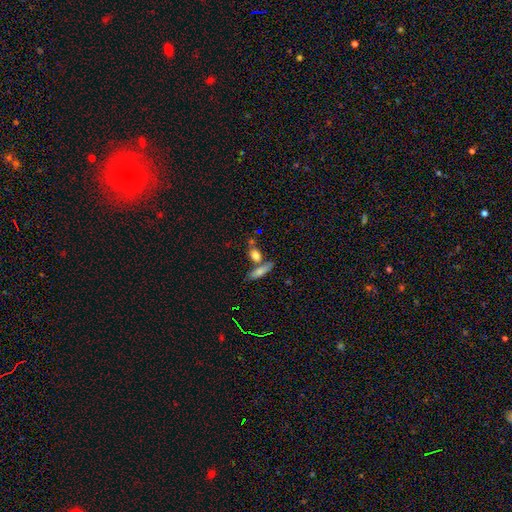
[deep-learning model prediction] A smooth galaxy with no disk features (74%) that is in between round and cigar-shaped (55%). Merging: none (51%).